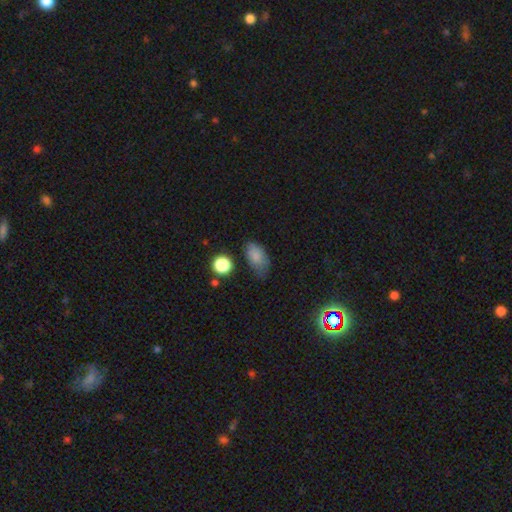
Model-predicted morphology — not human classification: This is clearly a smooth galaxy (81%). How rounded: clearly in between (88%). Merging: possibly none (56%).